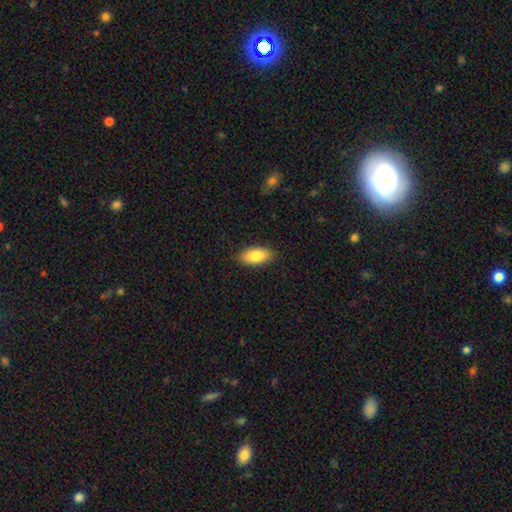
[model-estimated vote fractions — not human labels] Smooth or featured? Predicted: smooth (p=0.83). How rounded? Predicted: in between (p=0.90). Merging? Predicted: none (p=0.87).